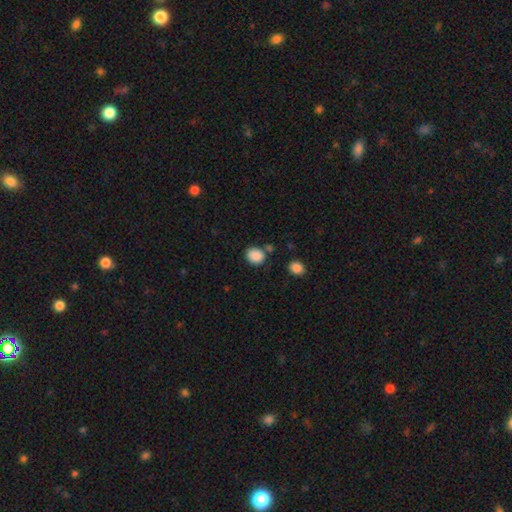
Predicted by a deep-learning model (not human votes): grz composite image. It shows a smooth galaxy with no disk features (88%) that is round (63%). Merging: none (75%).